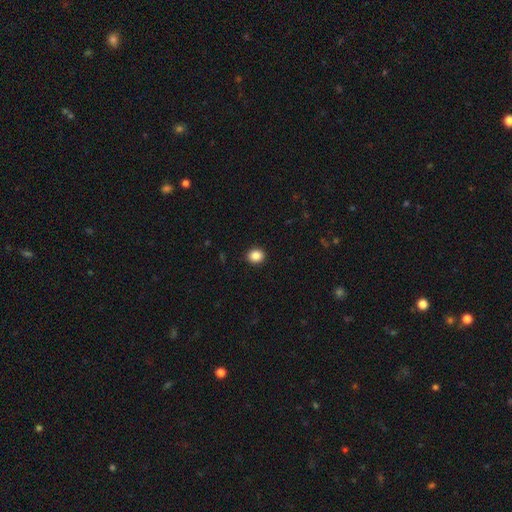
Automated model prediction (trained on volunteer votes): A smooth galaxy with no disk features (87%) that is round (80%).

Vote fractions:
- Smooth or featured? smooth: 87% / star or artifact: 10% / featured or disk: 3%
- How rounded? round: 80% / in between: 20% / cigar-shaped: 1%
- Merging? none: 92% / minor disturbance: 5% / major disturbance: 2% / merger: 1%